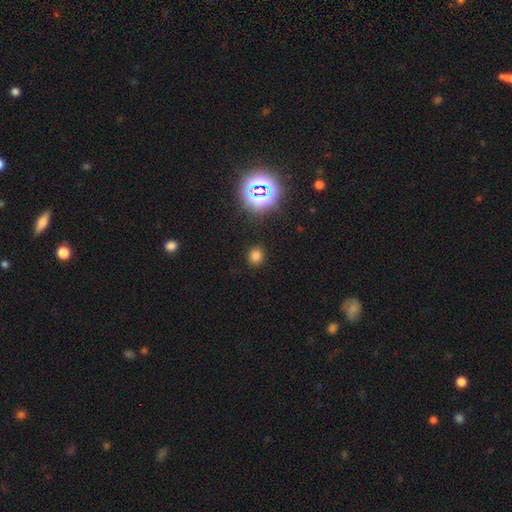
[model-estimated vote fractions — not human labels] A smooth galaxy with no disk features (73%) that is round (84%). Merging: none (89%).